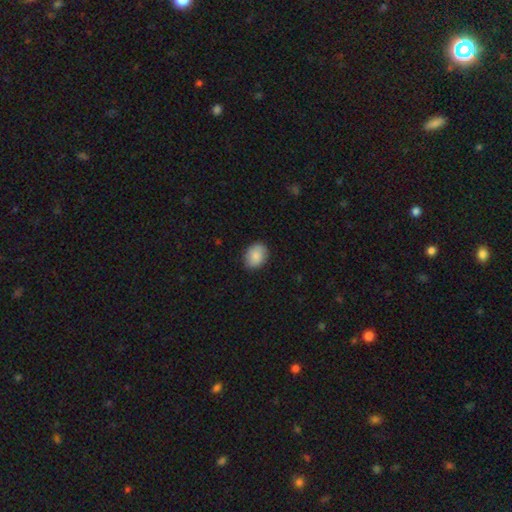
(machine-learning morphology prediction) This is clearly a smooth galaxy (88%). How rounded: likely in between (69%). Merging: clearly none (86%).